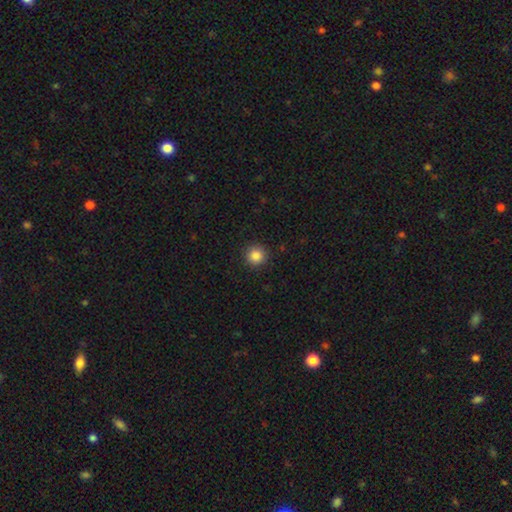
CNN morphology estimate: smooth-or-featured: smooth: 86% | star or artifact: 10% | featured or disk: 4%
  how-rounded: round: 95% | in between: 4% | cigar-shaped: 1%
  merging: none: 92% | minor disturbance: 6% | major disturbance: 2% | merger: 1%